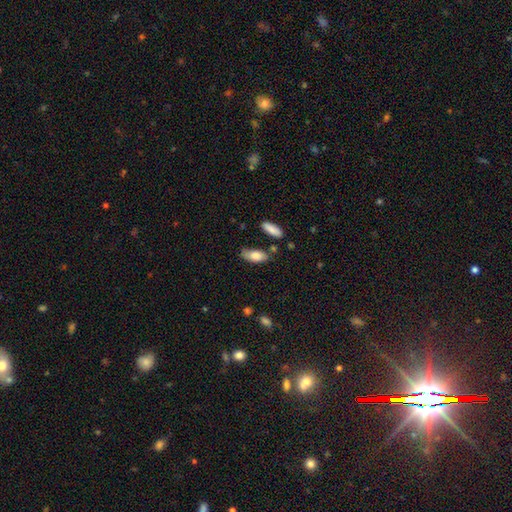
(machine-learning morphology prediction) Overall: smooth (80%). How rounded: in between (80%). Merging: none (60%; minor disturbance 26%).